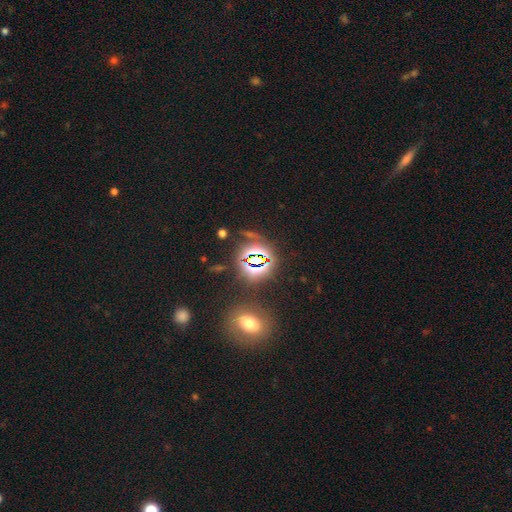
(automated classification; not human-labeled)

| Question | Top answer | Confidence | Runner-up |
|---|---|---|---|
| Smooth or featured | star or artifact | 69% | smooth (20%) |